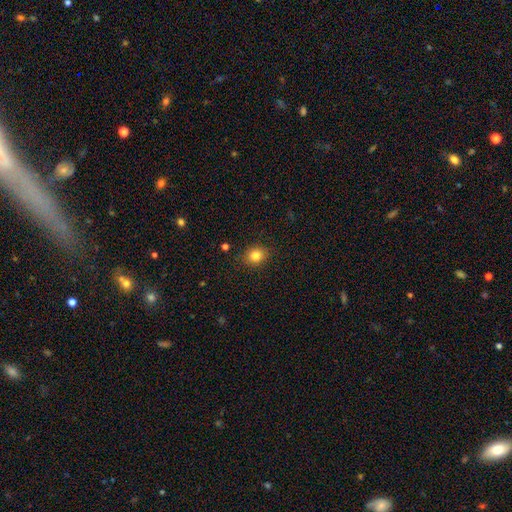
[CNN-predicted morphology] smooth 83%, star or artifact 11%, featured or disk 6%. Down the decision tree: how rounded — round (68%); merging — none (87%).